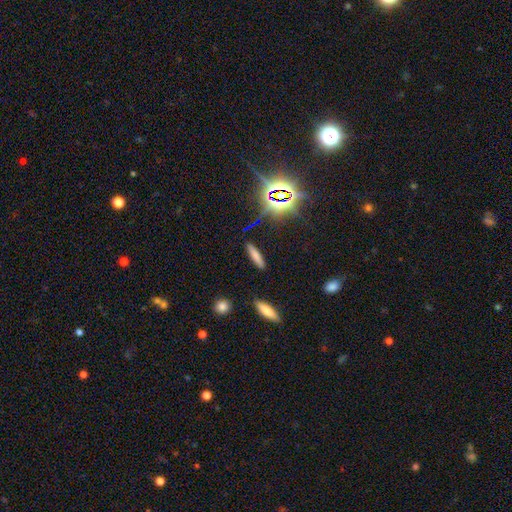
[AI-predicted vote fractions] This is likely a smooth galaxy (70%). How rounded: clearly cigar-shaped (81%). Merging: clearly none (88%).